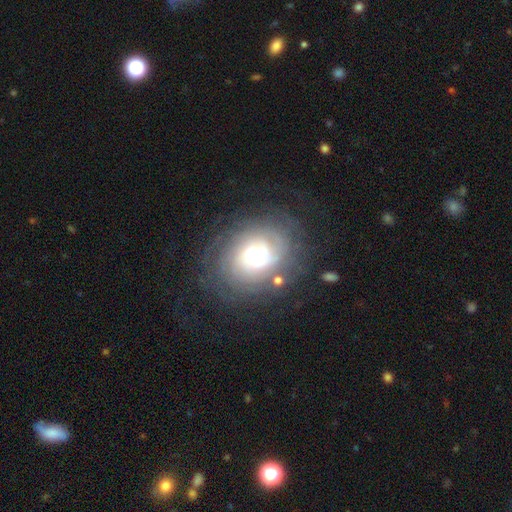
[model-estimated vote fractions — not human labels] Q: Smooth or featured?
A: featured or disk (77%); runner-up: smooth (15%)
Q: Edge-on disk?
A: no (97%); runner-up: yes (3%)
Q: Bar?
A: no (68%); runner-up: weak (26%)
Q: Spiral arms?
A: yes (92%); runner-up: no (8%)
Q: Spiral winding?
A: tight (66%); runner-up: medium (25%)
Q: Spiral arm count?
A: can't tell (43%); runner-up: 2 (18%)
Q: Bulge size?
A: small (49%); runner-up: moderate (37%)
Q: Merging?
A: none (73%); runner-up: minor disturbance (15%)